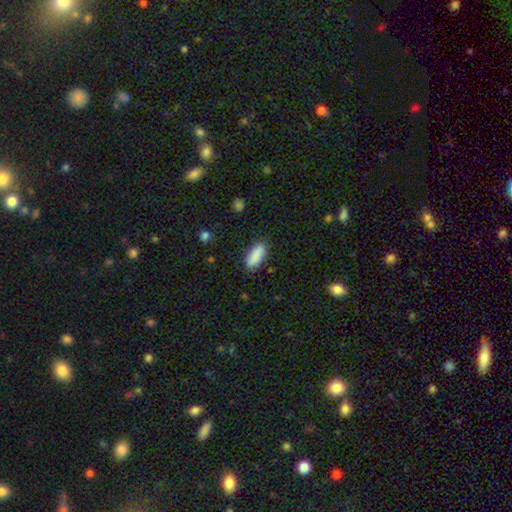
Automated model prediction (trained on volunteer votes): smooth 89%, star or artifact 7%, featured or disk 4%. Down the decision tree: how rounded — in between (76%); merging — none (84%).